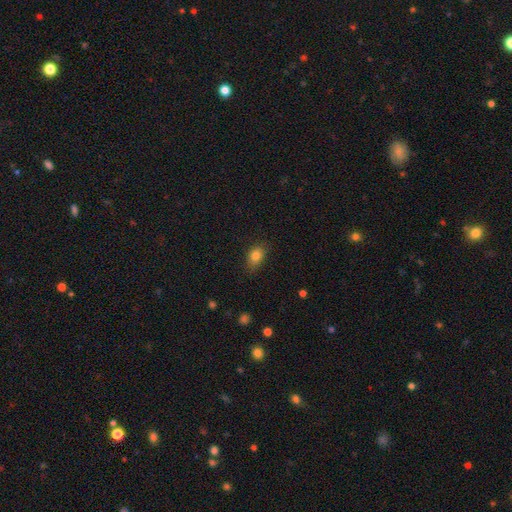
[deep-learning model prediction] The model was most divided on "how rounded": in between: 75%, round: 22%, cigar-shaped: 2%. More confident: smooth or featured — smooth (82%); merging — none (76%).